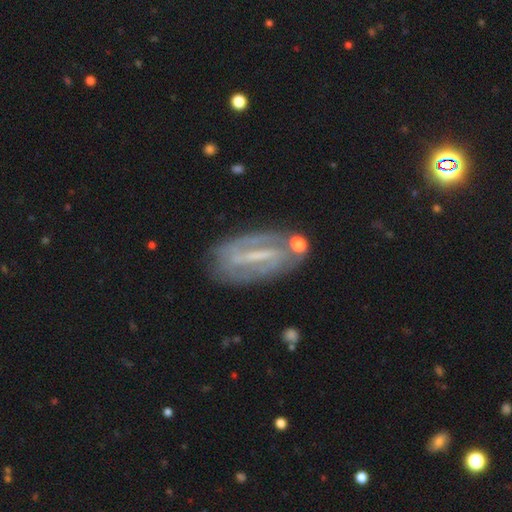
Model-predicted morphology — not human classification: This is likely a featured or disk galaxy (76%). It is clearly not viewed edge-on (88%). Bar: likely strong (63%). Spiral arm pattern: likely yes (75%). Spiral arm count: likely 2 (61%). Spiral winding: marginally tight (44%). Central bulge: possibly small (46%). Merging: likely none (69%).